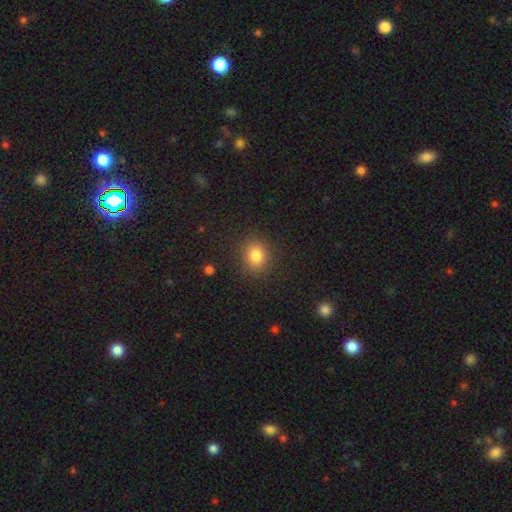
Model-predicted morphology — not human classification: Smooth or featured: smooth — 80% (star or artifact — 13%)
How rounded: round — 75% (in between — 25%)
Merging: none — 87% (minor disturbance — 8%)